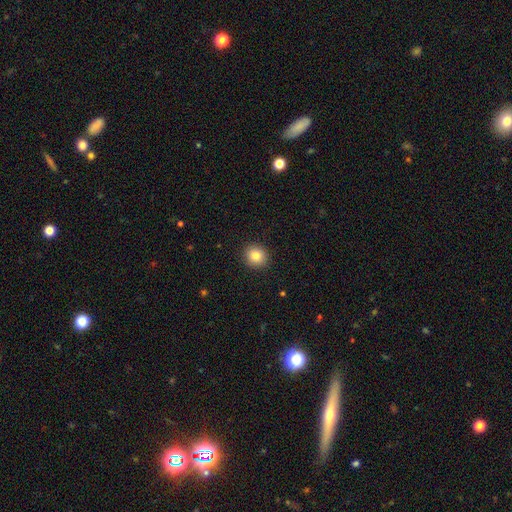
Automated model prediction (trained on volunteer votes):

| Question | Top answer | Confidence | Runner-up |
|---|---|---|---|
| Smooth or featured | smooth | 84% | star or artifact (10%) |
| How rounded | round | 87% | in between (12%) |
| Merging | none | 91% | minor disturbance (6%) |